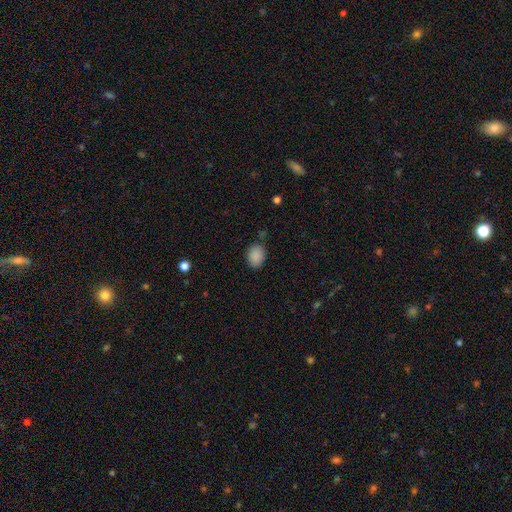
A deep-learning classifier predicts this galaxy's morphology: Smooth or featured?
  - smooth: 88% *
  - star or artifact: 8%
  - featured or disk: 3%
How rounded?
  - in between: 66% *
  - round: 33%
  - cigar-shaped: 1%
Merging?
  - none: 79% *
  - minor disturbance: 14%
  - major disturbance: 4%
  - merger: 3%